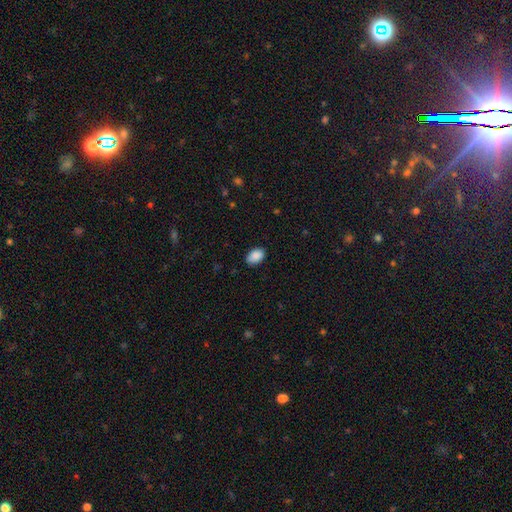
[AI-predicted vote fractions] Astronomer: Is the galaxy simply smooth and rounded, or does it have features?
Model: smooth — 89%.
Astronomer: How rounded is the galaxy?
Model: in between — 86%.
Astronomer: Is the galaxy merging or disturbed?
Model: none — 82%.